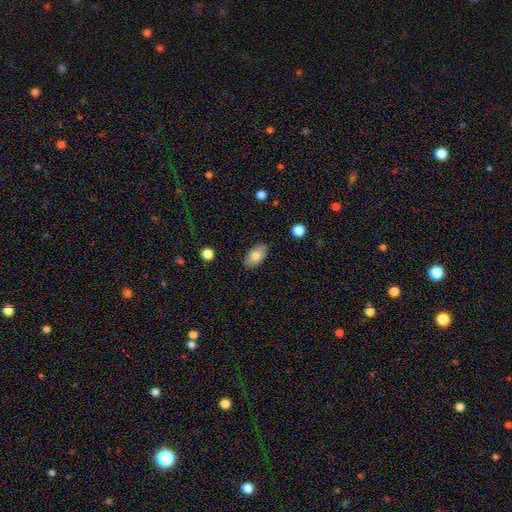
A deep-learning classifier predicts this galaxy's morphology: Q: Smooth or featured?
A: smooth (80%); runner-up: featured or disk (12%)
Q: How rounded?
A: in between (93%); runner-up: round (5%)
Q: Merging?
A: none (85%); runner-up: minor disturbance (12%)